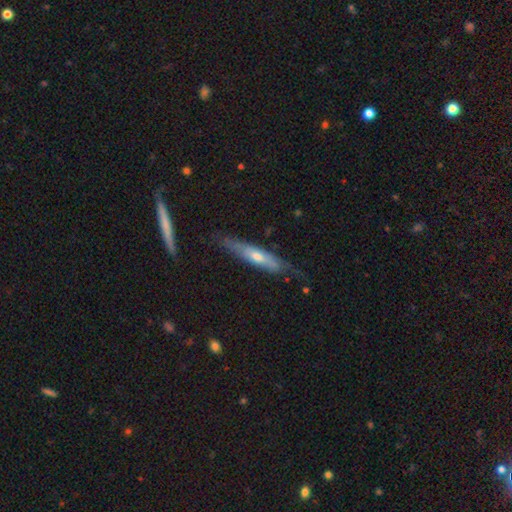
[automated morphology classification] Smooth or featured? featured or disk (60%)
Edge-on disk? yes (81%)
Merging? none (72%)